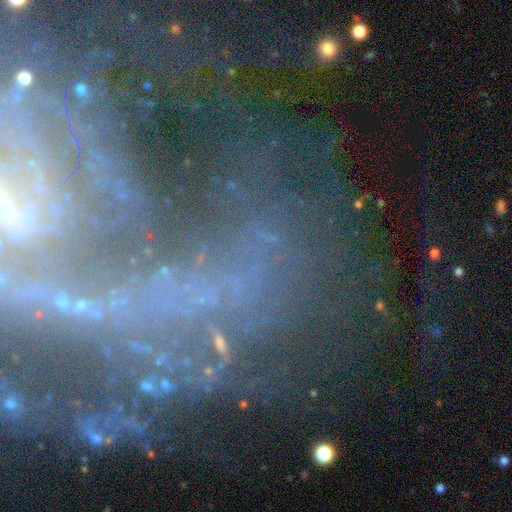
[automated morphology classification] This appears to be a featured or disk galaxy (65%) with no bar (37%), spiral arms (78%) and a small central bulge (49%). Merging: none (53%).